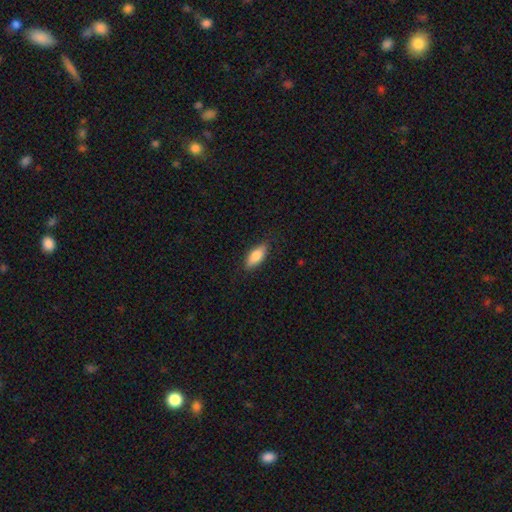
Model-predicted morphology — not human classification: Smooth or featured? smooth (82%)
How rounded? in between (80%)
Merging? none (85%)